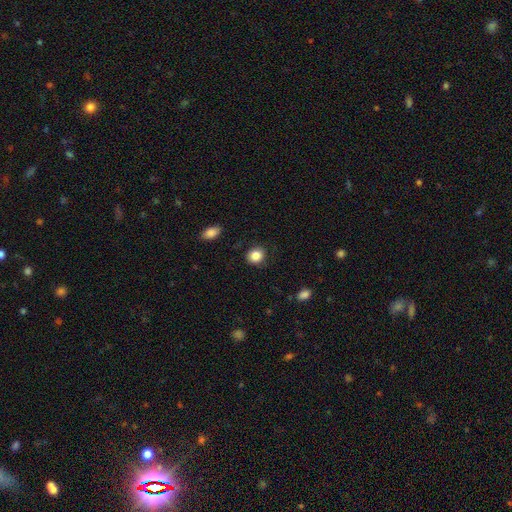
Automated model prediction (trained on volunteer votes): smooth 86%, star or artifact 10%, featured or disk 5%. Down the decision tree: how rounded — round (79%); merging — none (88%).